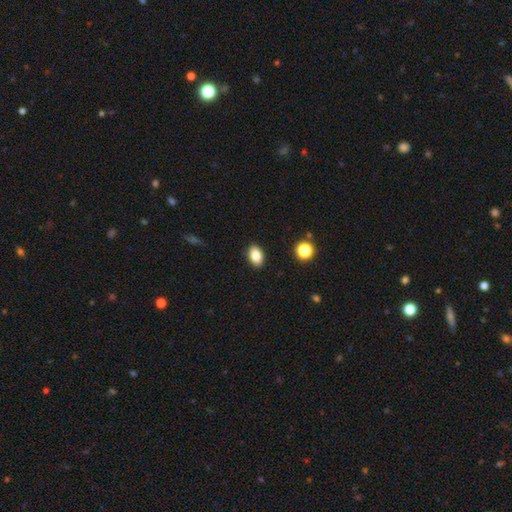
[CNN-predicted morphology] Overall: smooth (83%). How rounded: in between (85%). Merging: none (89%).